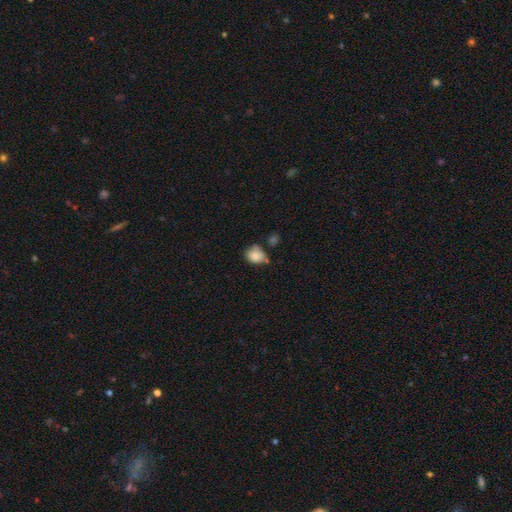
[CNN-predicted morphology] Smooth or featured?
  - smooth: 81% *
  - star or artifact: 10%
  - featured or disk: 9%
How rounded?
  - round: 53% *
  - in between: 45%
  - cigar-shaped: 1%
Merging?
  - none: 46% *
  - minor disturbance: 29%
  - merger: 15%
  - major disturbance: 9%